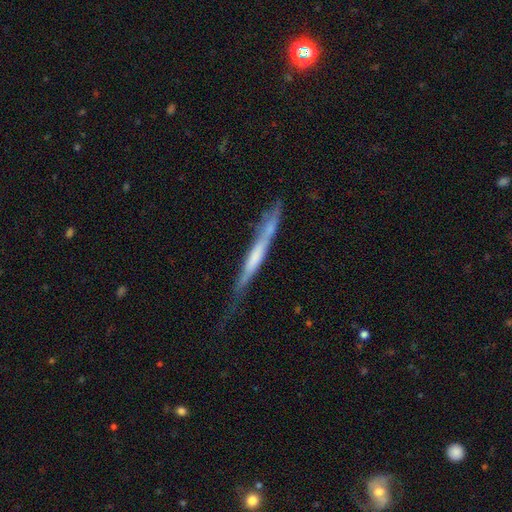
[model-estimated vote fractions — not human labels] Morphology: type=featured or disk (56%); edge-on=yes (92%); edge-on bulge=none (65%); merging=none (59%).